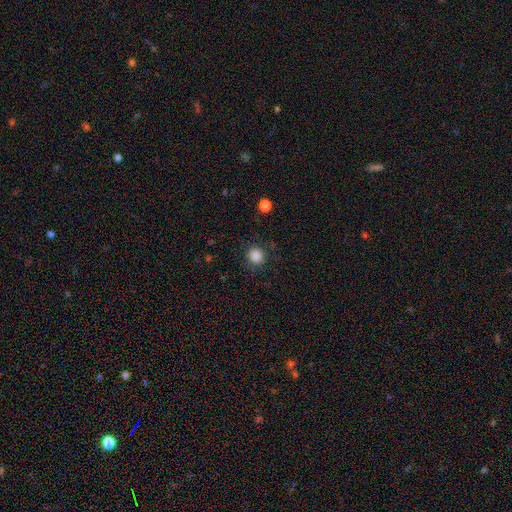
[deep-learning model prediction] Smooth or featured? Predicted: smooth (p=0.86). How rounded? Predicted: round (p=0.88). Merging? Predicted: none (p=0.85).